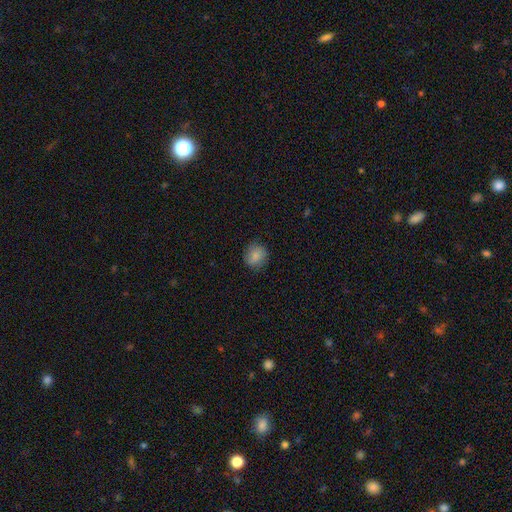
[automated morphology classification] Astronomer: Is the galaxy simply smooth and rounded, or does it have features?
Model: smooth — 85%.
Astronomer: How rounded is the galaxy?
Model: round — 82%.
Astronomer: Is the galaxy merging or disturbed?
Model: none — 83%.